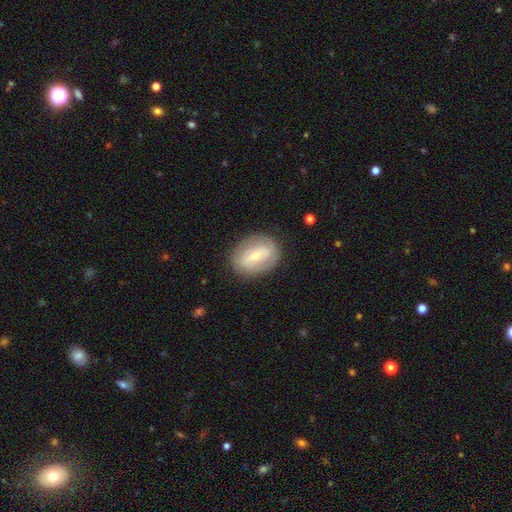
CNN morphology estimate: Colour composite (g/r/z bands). It shows a featured or disk galaxy (56%) with a strong bar (41%), no spiral arms (62%) and a small central bulge (53%). Merging: none (83%).